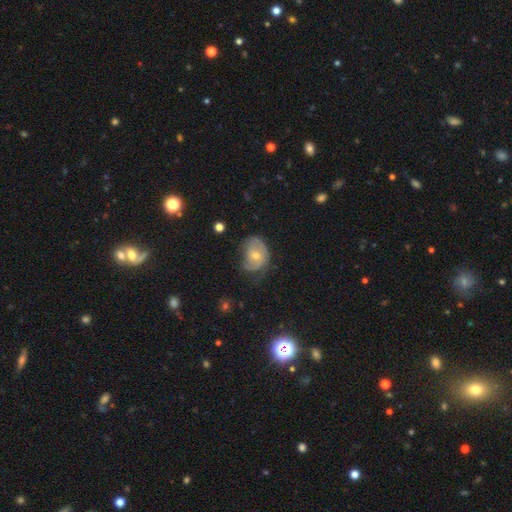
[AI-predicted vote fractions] Smooth or featured? Predicted: featured or disk (p=0.61). Edge-on disk? Predicted: no (p=0.96). Bar? Predicted: no (p=0.73). Spiral arms? Predicted: yes (p=0.76). Bulge size? Predicted: moderate (p=0.52). Merging? Predicted: none (p=0.49).